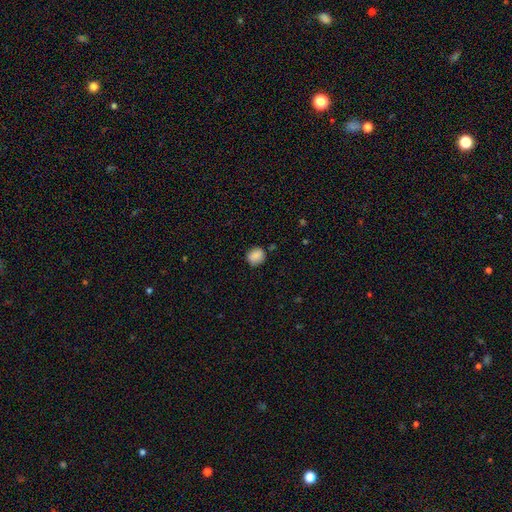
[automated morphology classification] A smooth galaxy with no disk features (87%) that is round (74%).

Vote fractions:
- Smooth or featured? smooth: 87% / star or artifact: 9% / featured or disk: 4%
- How rounded? round: 74% / in between: 25% / cigar-shaped: 1%
- Merging? none: 81% / minor disturbance: 14% / major disturbance: 3% / merger: 2%